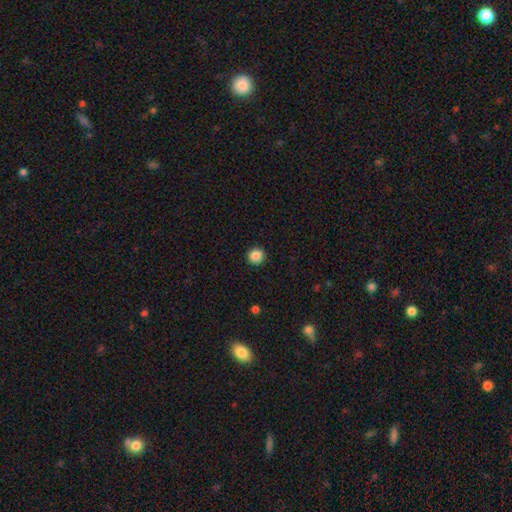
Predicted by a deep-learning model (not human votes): A smooth galaxy with no disk features (87%) that is round (94%).

Vote fractions:
- Smooth or featured? smooth: 87% / star or artifact: 10% / featured or disk: 3%
- How rounded? round: 94% / in between: 5% / cigar-shaped: 1%
- Merging? none: 93% / minor disturbance: 5% / major disturbance: 2% / merger: 1%